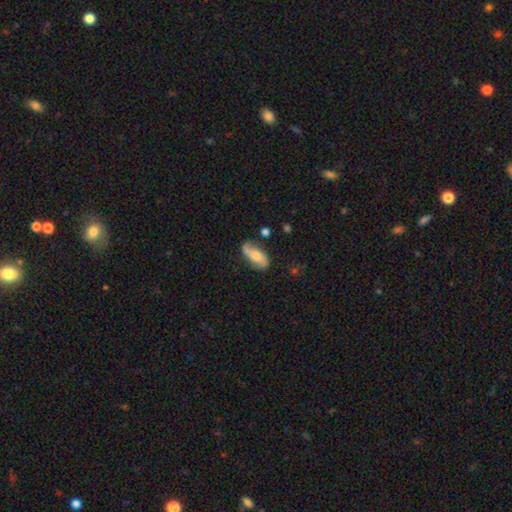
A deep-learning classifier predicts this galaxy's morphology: Smooth or featured? Predicted: featured or disk (p=0.54). Edge-on disk? Predicted: no (p=0.92). Merging? Predicted: none (p=0.68).